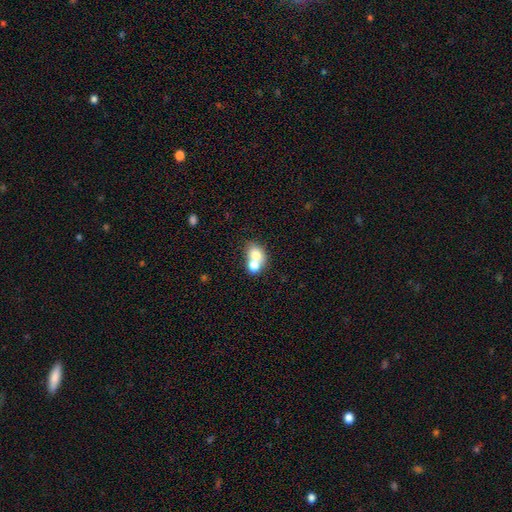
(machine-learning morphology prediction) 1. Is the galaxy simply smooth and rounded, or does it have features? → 70% smooth, 20% featured or disk, 10% star or artifact.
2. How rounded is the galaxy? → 53% in between, 46% round, 1% cigar-shaped.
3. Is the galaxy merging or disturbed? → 68% merger, 23% none, 6% minor disturbance, 3% major disturbance.